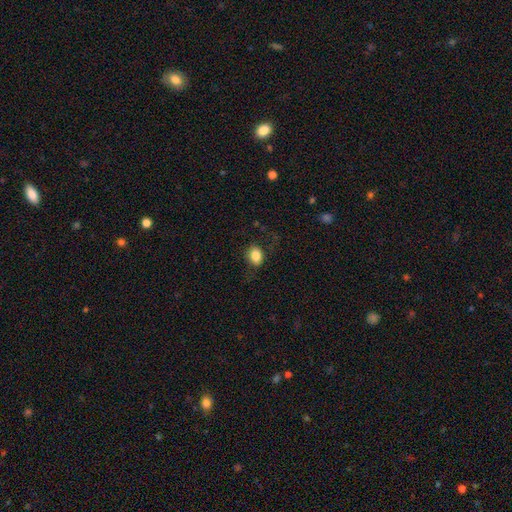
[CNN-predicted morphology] smooth-or-featured: smooth: 83% | star or artifact: 9% | featured or disk: 8%
  how-rounded: in between: 66% | round: 33% | cigar-shaped: 1%
  merging: none: 74% | minor disturbance: 16% | major disturbance: 8% | merger: 1%